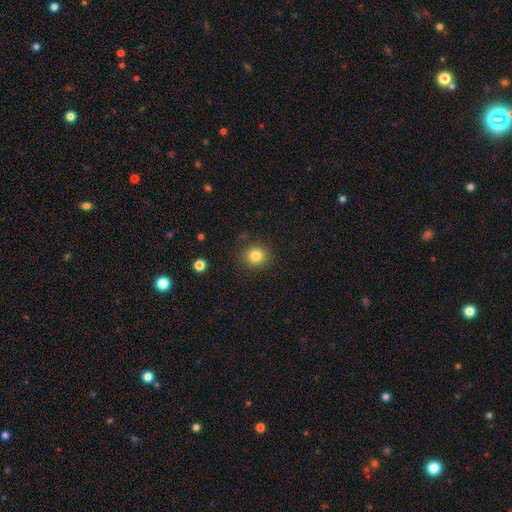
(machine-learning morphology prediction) Q: Smooth or featured?
A: smooth (83%); runner-up: star or artifact (11%)
Q: How rounded?
A: round (83%); runner-up: in between (16%)
Q: Merging?
A: none (87%); runner-up: minor disturbance (8%)